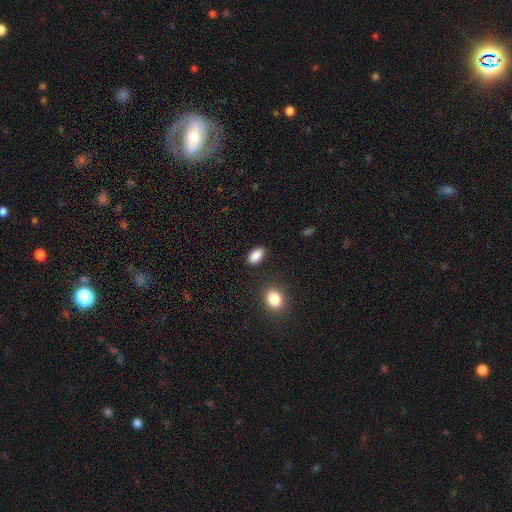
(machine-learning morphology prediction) This appears to be a smooth galaxy with no disk features (88%) that is in between round and cigar-shaped (91%). Merging: none (84%).